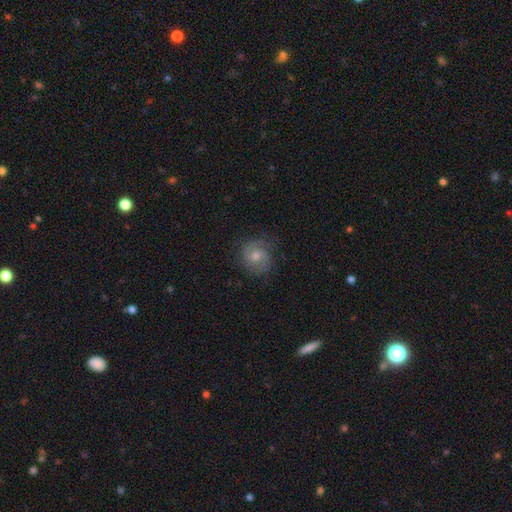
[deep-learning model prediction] This appears to be a featured or disk galaxy (72%) with no bar (63%), 2 (70%) tight (46%) spiral arms (94%) and a moderate central bulge (58%). Merging: none (77%).